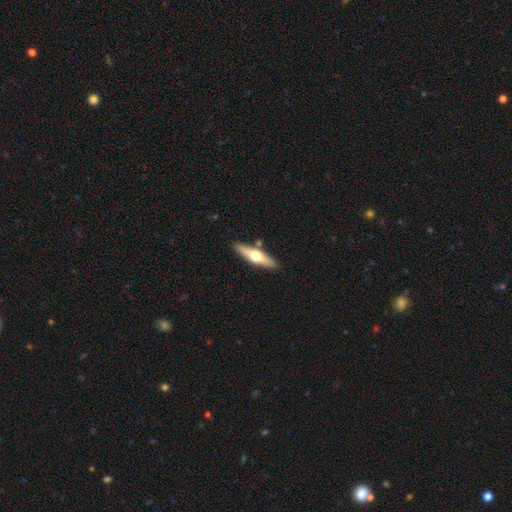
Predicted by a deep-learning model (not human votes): smooth-or-featured: featured or disk: 56% | smooth: 39% | star or artifact: 5%
  disk-edge-on: yes: 94% | no: 6%
    edge-on-bulge: rounded: 95% | boxy: 3% | none: 2%
  merging: none: 86% | minor disturbance: 8% | merger: 4% | major disturbance: 2%